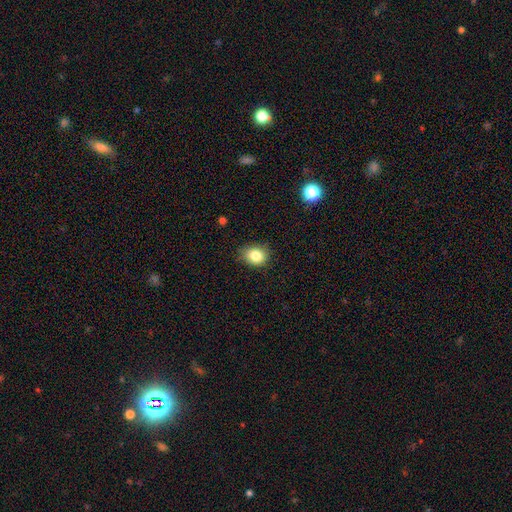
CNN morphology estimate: smooth_or_featured: smooth (p=0.83) [alt: star or artifact p=0.10]
how_rounded: round (p=0.62) [alt: in between p=0.37]
merging: none (p=0.79) [alt: minor disturbance p=0.17]